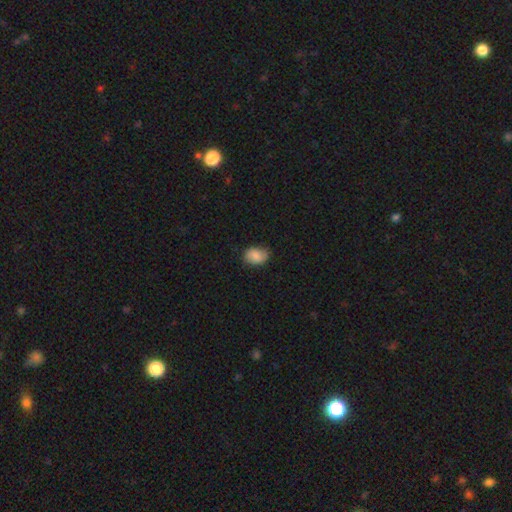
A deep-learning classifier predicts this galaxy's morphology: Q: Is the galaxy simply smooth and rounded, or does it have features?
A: smooth — 79%.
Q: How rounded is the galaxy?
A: in between — 74%.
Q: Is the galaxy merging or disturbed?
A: none — 75%.